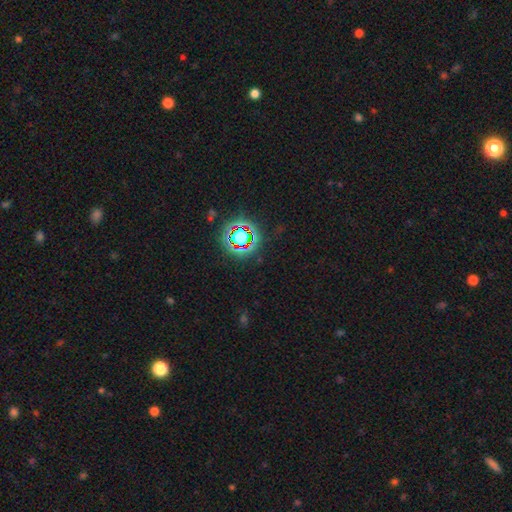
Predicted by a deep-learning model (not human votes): smooth_or_featured: star or artifact (p=0.78) [alt: smooth p=0.14]